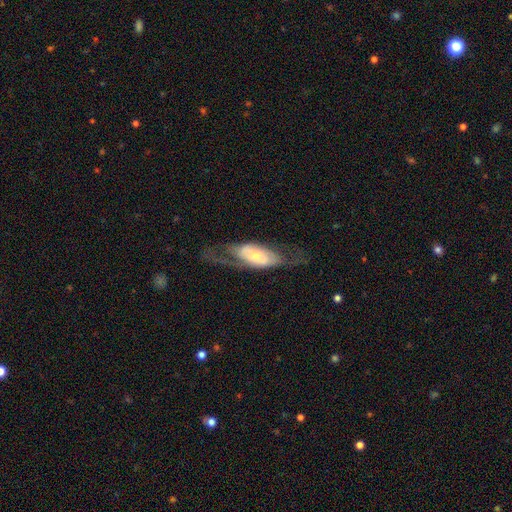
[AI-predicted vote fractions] smooth_or_featured: featured or disk (p=0.62) [alt: smooth p=0.32]
disk_edge_on: no (p=0.79) [alt: yes p=0.21]
merging: none (p=0.52) [alt: major disturbance p=0.27]